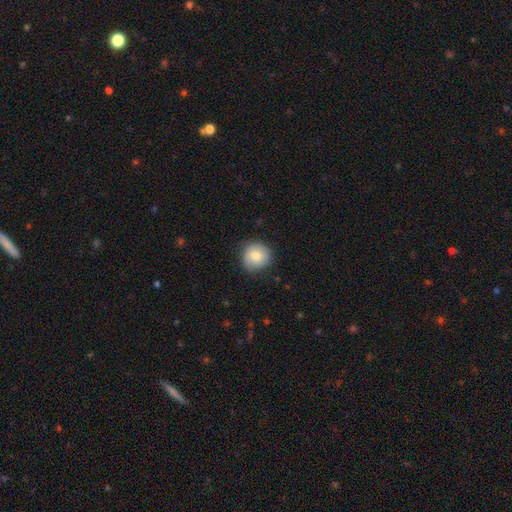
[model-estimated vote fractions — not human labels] Smooth or featured?
  - smooth: 78% *
  - featured or disk: 15%
  - star or artifact: 7%
How rounded?
  - round: 91% *
  - in between: 8%
  - cigar-shaped: 1%
Merging?
  - none: 80% *
  - minor disturbance: 16%
  - major disturbance: 3%
  - merger: 1%